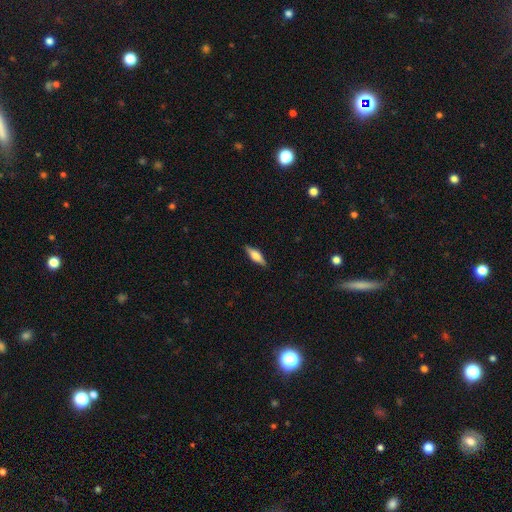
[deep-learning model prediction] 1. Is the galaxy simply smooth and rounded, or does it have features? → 55% smooth, 39% featured or disk, 6% star or artifact.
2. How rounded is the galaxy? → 50% in between, 47% cigar-shaped, 2% round.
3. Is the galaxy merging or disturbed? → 87% none, 10% minor disturbance, 2% major disturbance, 1% merger.